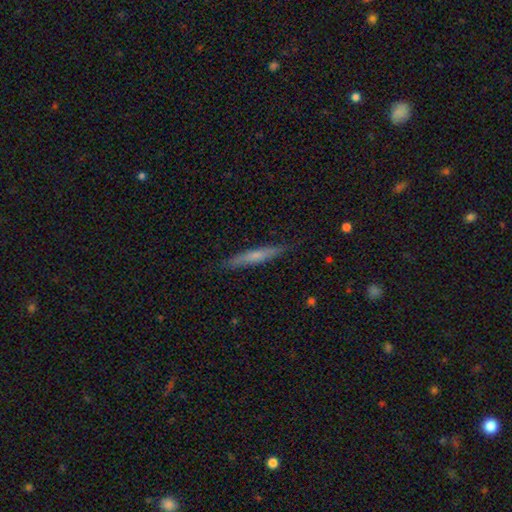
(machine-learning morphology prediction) Smooth or featured? smooth (56%)
How rounded? cigar-shaped (94%)
Merging? none (88%)